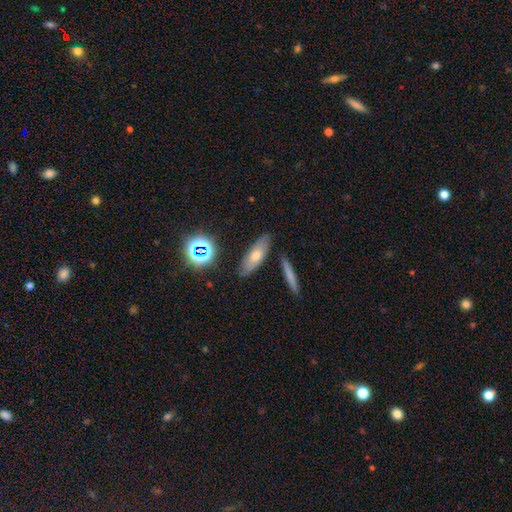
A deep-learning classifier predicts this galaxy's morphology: Smooth or featured: smooth — 59% (featured or disk — 28%)
How rounded: in between — 59% (cigar-shaped — 36%)
Merging: none — 82% (minor disturbance — 11%)